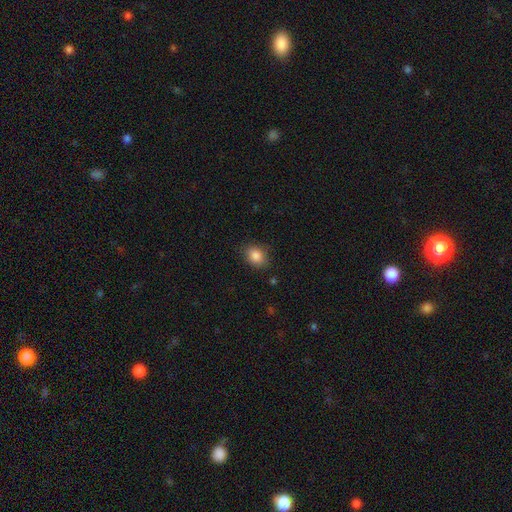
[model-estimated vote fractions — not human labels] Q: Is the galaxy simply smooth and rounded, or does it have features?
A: smooth — 86%.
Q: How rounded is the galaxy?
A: in between — 61%.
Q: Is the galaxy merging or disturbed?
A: none — 82%.